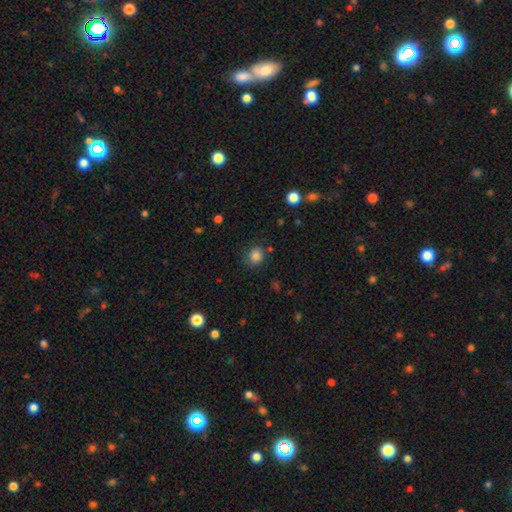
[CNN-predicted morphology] The model was most divided on "merging": none: 75%, minor disturbance: 17%, major disturbance: 6%, merger: 3%. More confident: smooth or featured — smooth (82%); how rounded — round (79%).